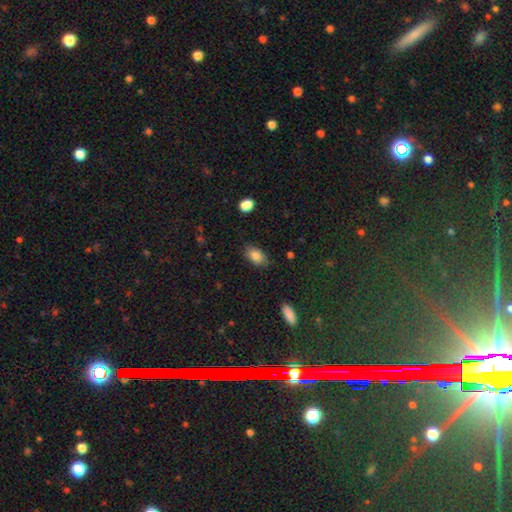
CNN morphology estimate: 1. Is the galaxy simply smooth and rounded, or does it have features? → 85% smooth, 9% star or artifact, 7% featured or disk.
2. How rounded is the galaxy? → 88% in between, 10% round, 2% cigar-shaped.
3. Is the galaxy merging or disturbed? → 80% none, 15% minor disturbance, 3% major disturbance, 1% merger.